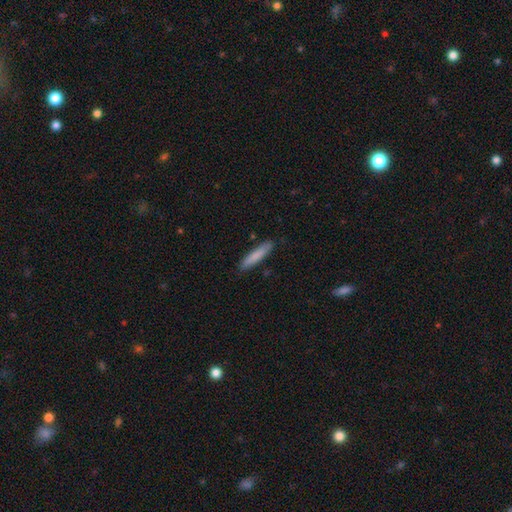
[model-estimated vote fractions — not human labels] Smooth or featured?
  - smooth: 80% *
  - featured or disk: 14%
  - star or artifact: 6%
How rounded?
  - cigar-shaped: 90% *
  - in between: 9%
  - round: 1%
Merging?
  - none: 87% *
  - minor disturbance: 10%
  - major disturbance: 2%
  - merger: 1%